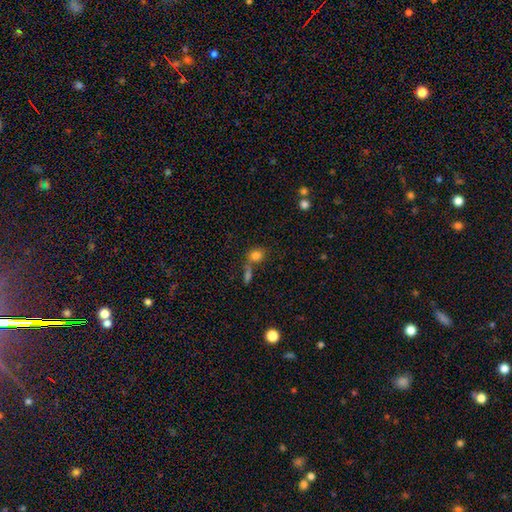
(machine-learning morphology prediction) Smooth or featured? smooth (80%)
How rounded? round (51%)
Merging? none (52%)